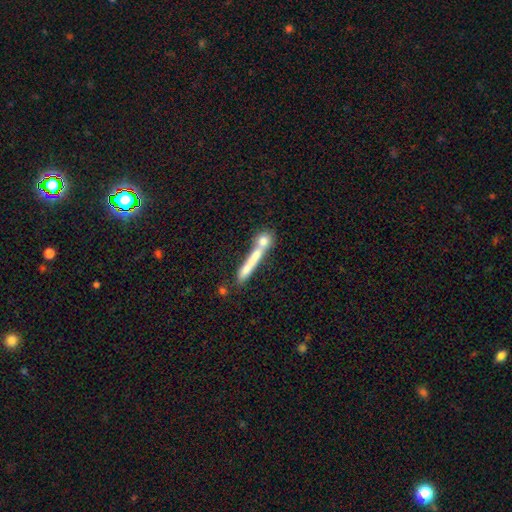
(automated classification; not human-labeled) A smooth galaxy with no disk features (58%) that is cigar-shaped (83%). Merging: none (55%).